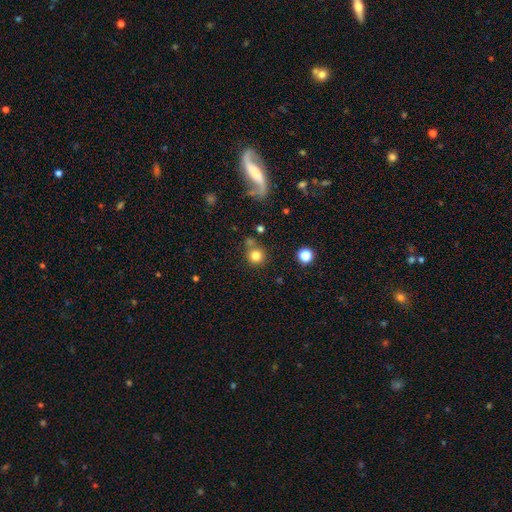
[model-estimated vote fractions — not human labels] A smooth galaxy with no disk features (80%) that is round (91%).

Vote fractions:
- Smooth or featured? smooth: 80% / star or artifact: 12% / featured or disk: 7%
- How rounded? round: 91% / in between: 8% / cigar-shaped: 1%
- Merging? none: 70% / merger: 14% / minor disturbance: 11% / major disturbance: 5%